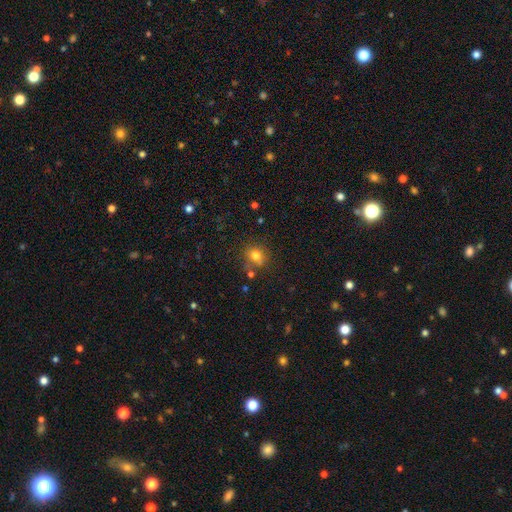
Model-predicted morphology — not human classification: This is likely a smooth galaxy (77%). How rounded: likely round (71%). Merging: likely none (71%).